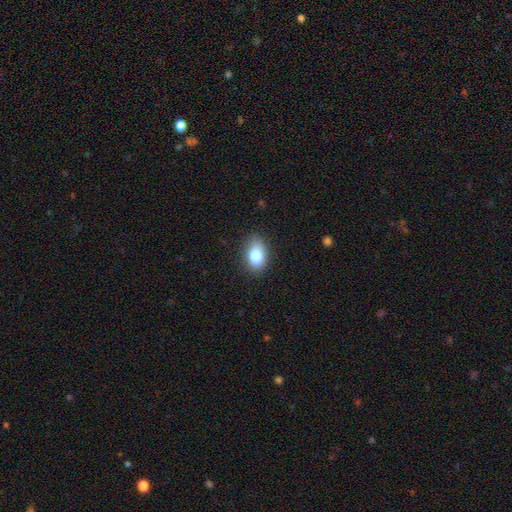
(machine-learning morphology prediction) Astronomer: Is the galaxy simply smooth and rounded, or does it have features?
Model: smooth — 83%.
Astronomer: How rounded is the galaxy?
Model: in between — 85%.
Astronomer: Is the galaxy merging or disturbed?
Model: none — 79%.